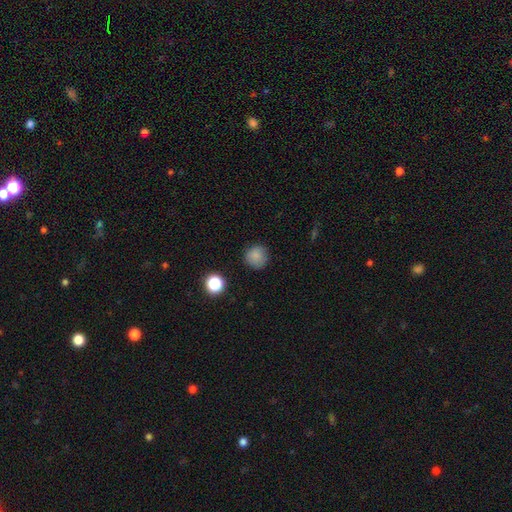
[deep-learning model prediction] Q: Smooth or featured?
A: smooth (83%); runner-up: star or artifact (12%)
Q: How rounded?
A: round (93%); runner-up: in between (6%)
Q: Merging?
A: none (85%); runner-up: minor disturbance (11%)